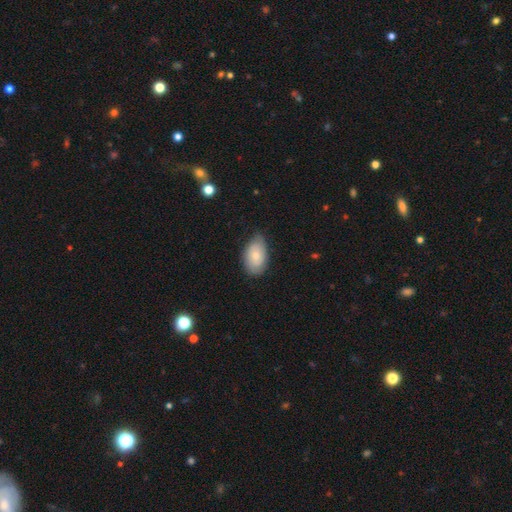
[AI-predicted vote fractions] Smooth or featured? Predicted: smooth (p=0.59). How rounded? Predicted: in between (p=0.91). Merging? Predicted: none (p=0.68).